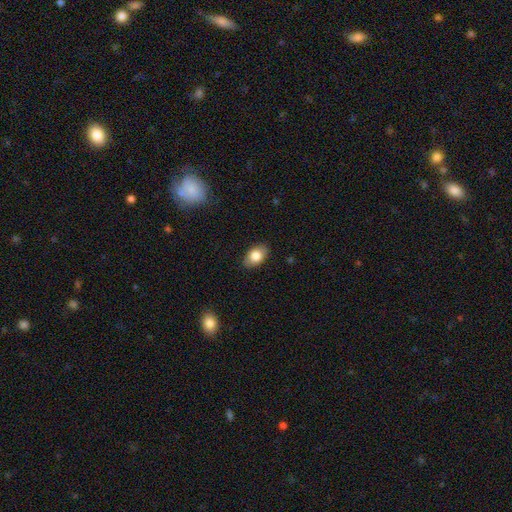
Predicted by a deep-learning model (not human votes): Morphology: type=smooth (82%); roundness=in between (87%); merging=none (86%).